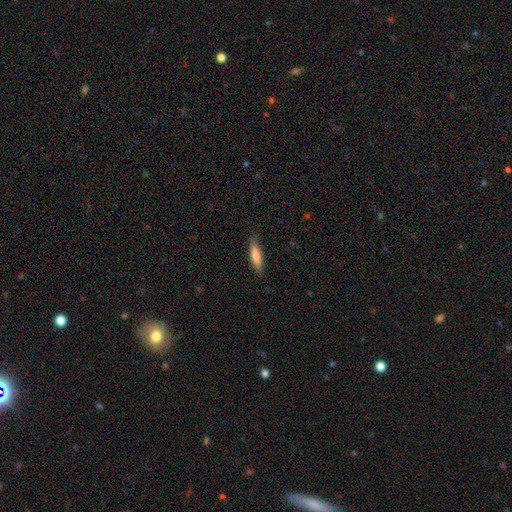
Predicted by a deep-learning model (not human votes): This is likely a smooth galaxy (76%). How rounded: clearly cigar-shaped (82%). Merging: clearly none (85%).